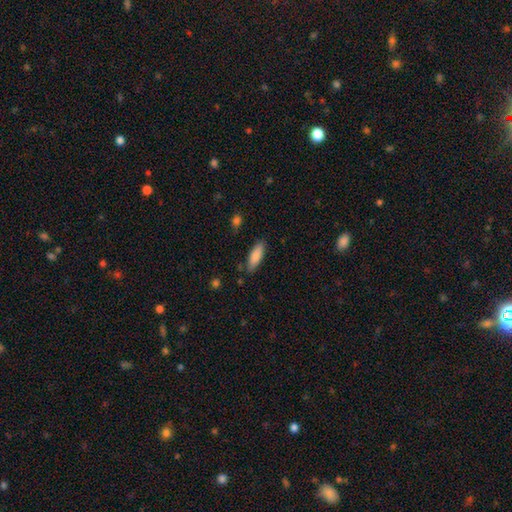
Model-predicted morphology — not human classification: A smooth galaxy with no disk features (87%) that is in between round and cigar-shaped (63%). Merging: none (81%).